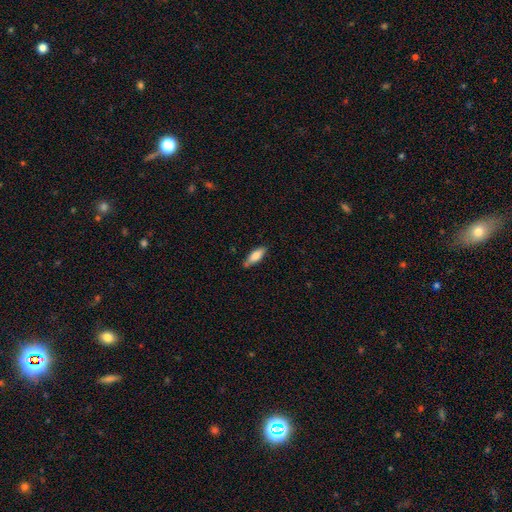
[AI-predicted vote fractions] Smooth or featured: smooth — 78% (featured or disk — 16%)
How rounded: in between — 60% (cigar-shaped — 38%)
Merging: none — 76% (minor disturbance — 19%)